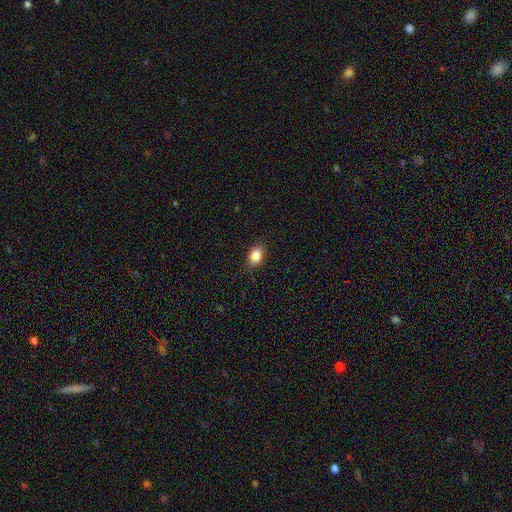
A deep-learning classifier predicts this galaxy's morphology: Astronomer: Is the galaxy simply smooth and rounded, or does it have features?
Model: smooth — 86%.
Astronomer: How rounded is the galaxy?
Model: in between — 77%.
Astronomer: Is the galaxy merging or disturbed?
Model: none — 86%.